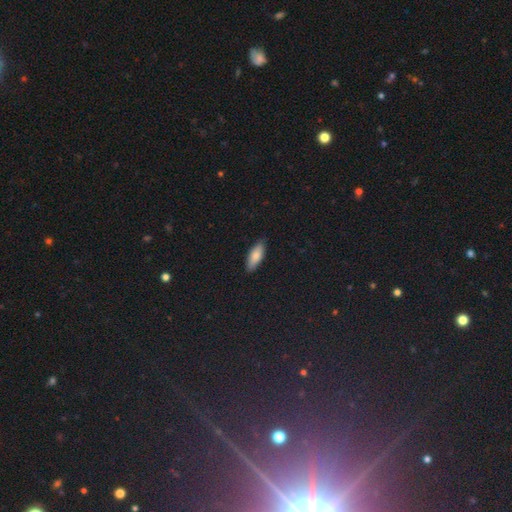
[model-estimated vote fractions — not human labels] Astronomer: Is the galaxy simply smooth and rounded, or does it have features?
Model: smooth — 80%.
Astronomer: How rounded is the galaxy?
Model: in between — 73%.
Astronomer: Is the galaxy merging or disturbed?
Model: none — 86%.